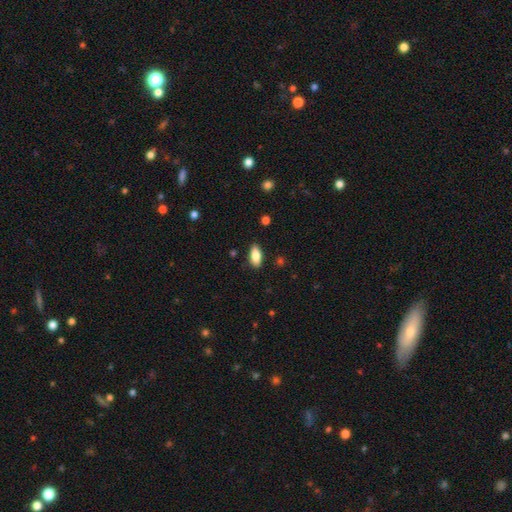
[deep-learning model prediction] This appears to be a smooth galaxy with no disk features (82%) that is in between round and cigar-shaped (86%). Merging: none (85%).